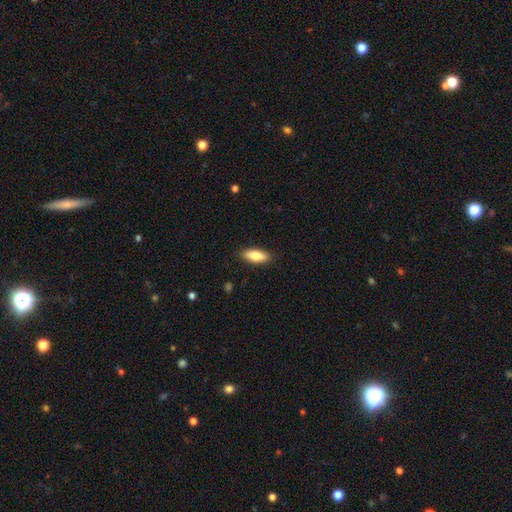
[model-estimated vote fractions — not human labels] Smooth or featured: smooth — 81% (featured or disk — 13%)
How rounded: in between — 76% (cigar-shaped — 21%)
Merging: none — 89% (minor disturbance — 8%)